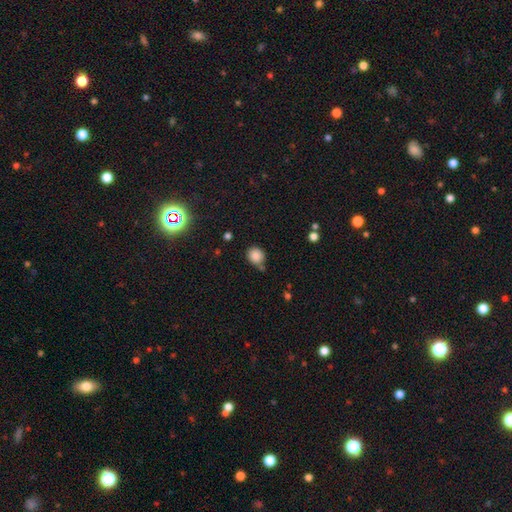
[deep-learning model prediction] Smooth or featured: smooth — 85% (star or artifact — 11%)
How rounded: round — 81% (in between — 18%)
Merging: none — 66% (minor disturbance — 18%)